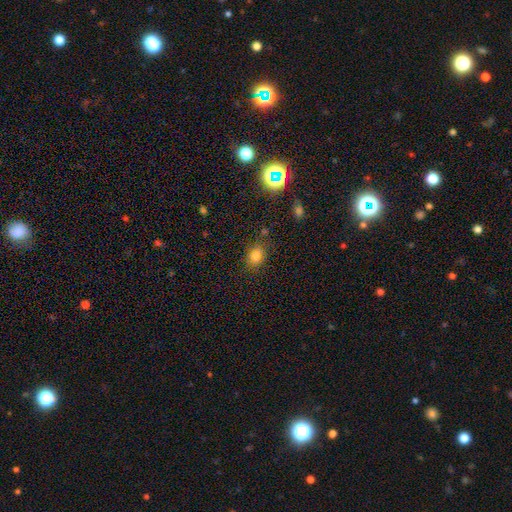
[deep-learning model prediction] A smooth galaxy with no disk features (77%) that is in between round and cigar-shaped (53%).

Vote fractions:
- Smooth or featured? smooth: 77% / star or artifact: 16% / featured or disk: 7%
- How rounded? in between: 53% / round: 46% / cigar-shaped: 1%
- Merging? none: 77% / minor disturbance: 15% / major disturbance: 4% / merger: 4%